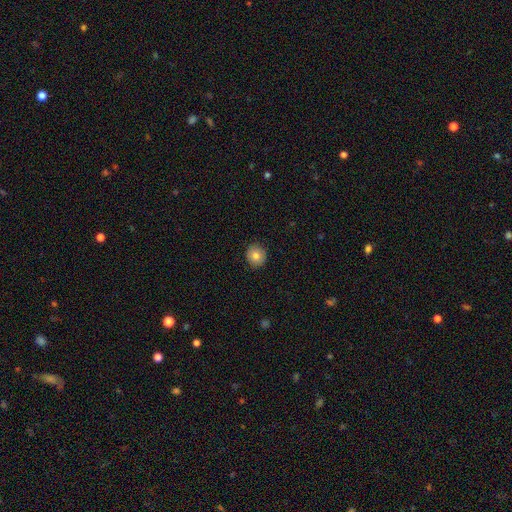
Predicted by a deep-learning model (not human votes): Q: Smooth or featured?
A: smooth (78%); runner-up: featured or disk (13%)
Q: How rounded?
A: round (89%); runner-up: in between (10%)
Q: Merging?
A: none (91%); runner-up: minor disturbance (6%)